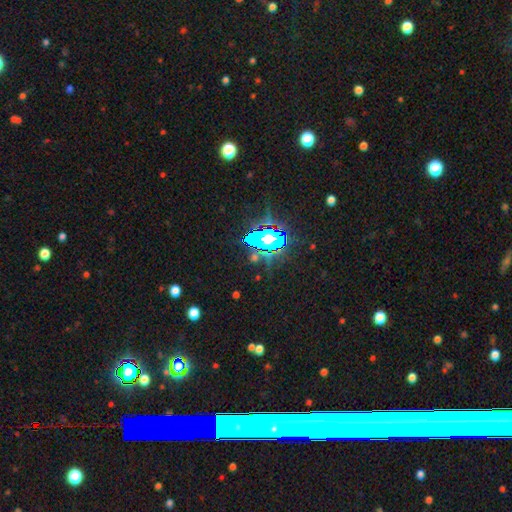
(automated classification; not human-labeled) star or artifact 68%, smooth 18%, featured or disk 14%.